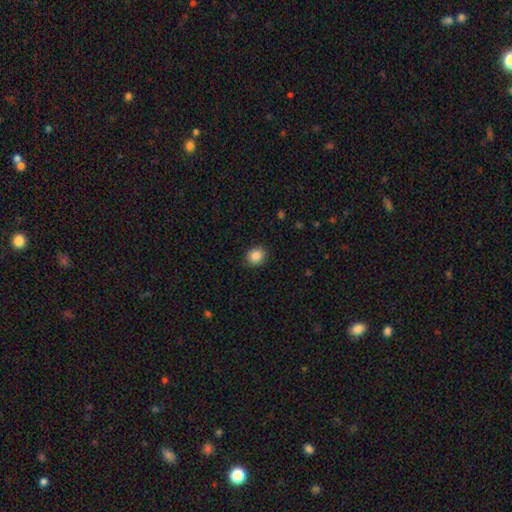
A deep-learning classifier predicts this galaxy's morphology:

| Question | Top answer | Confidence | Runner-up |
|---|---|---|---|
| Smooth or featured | smooth | 87% | star or artifact (9%) |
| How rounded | round | 66% | in between (34%) |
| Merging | none | 89% | minor disturbance (8%) |